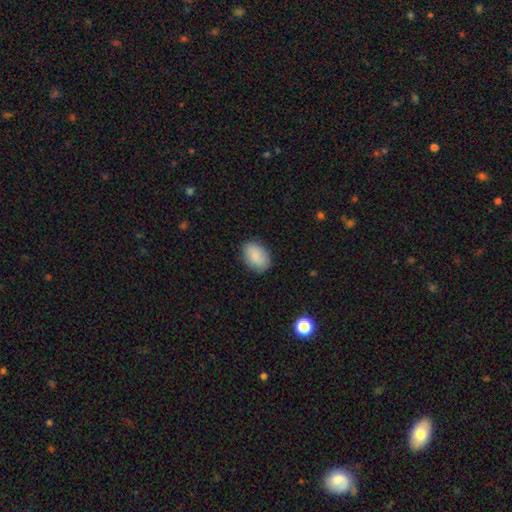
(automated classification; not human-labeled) Morphology: type=smooth (87%); roundness=in between (82%); merging=none (86%).